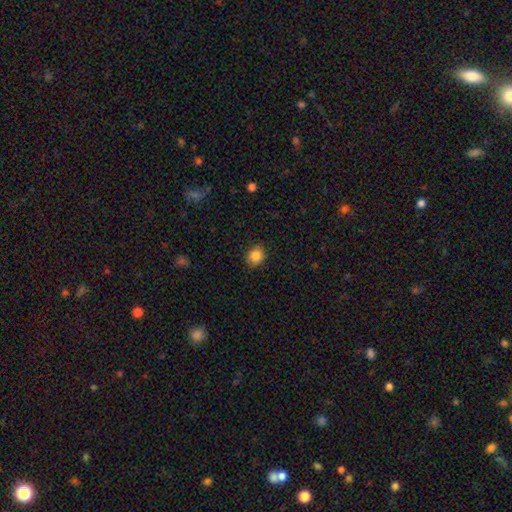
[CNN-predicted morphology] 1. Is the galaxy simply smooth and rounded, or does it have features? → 85% smooth, 10% star or artifact, 5% featured or disk.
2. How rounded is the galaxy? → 73% round, 26% in between, 1% cigar-shaped.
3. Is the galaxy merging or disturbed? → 89% none, 8% minor disturbance, 2% major disturbance, 1% merger.